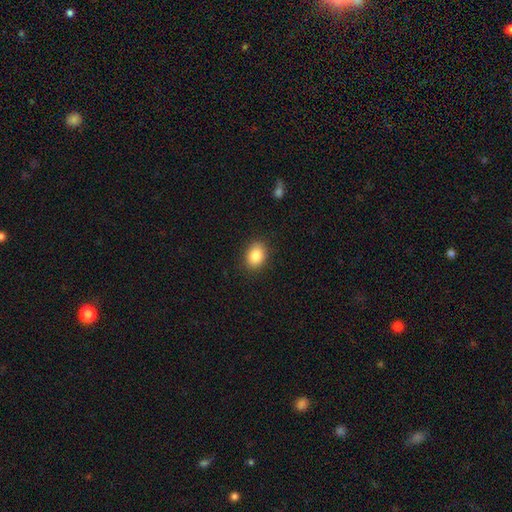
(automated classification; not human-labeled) A smooth galaxy with no disk features (85%) that is in between round and cigar-shaped (63%). Merging: none (88%).